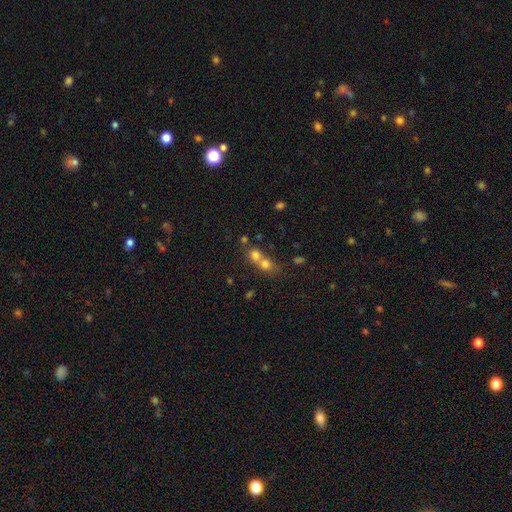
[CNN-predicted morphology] This is likely a smooth galaxy (71%). How rounded: likely round (69%). Merging: likely merger (67%).